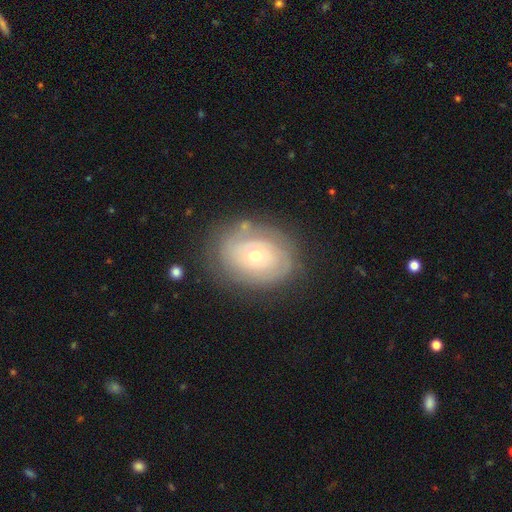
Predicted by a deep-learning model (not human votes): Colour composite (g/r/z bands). It shows a featured or disk galaxy (62%) with no bar (86%), spiral arms (60%) and a small central bulge (48%). Merging: none (72%).